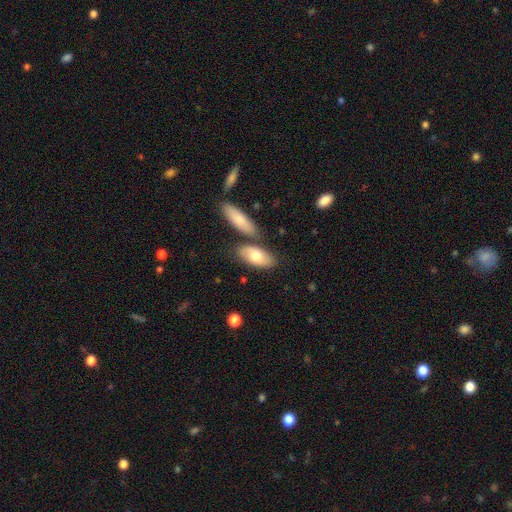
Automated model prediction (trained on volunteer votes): Morphology: type=smooth (72%); roundness=in between (89%); merging=none (68%).